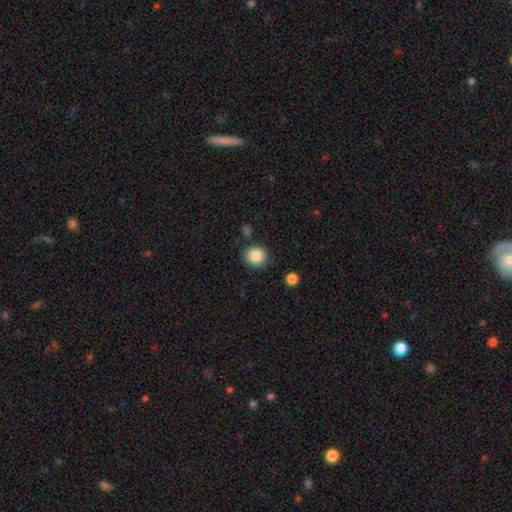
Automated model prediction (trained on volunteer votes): smooth_or_featured: smooth (p=0.87) [alt: star or artifact p=0.09]
how_rounded: round (p=0.84) [alt: in between p=0.15]
merging: none (p=0.85) [alt: minor disturbance p=0.09]